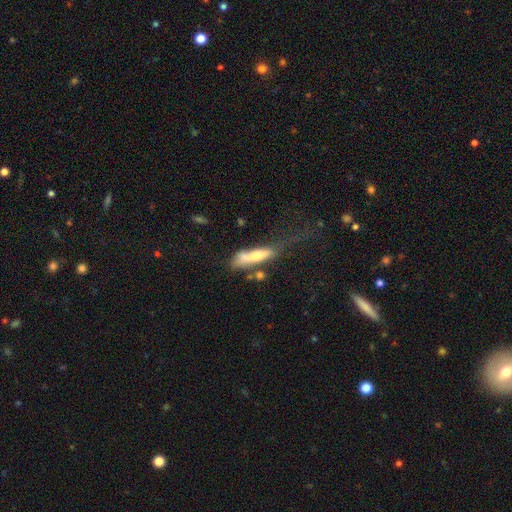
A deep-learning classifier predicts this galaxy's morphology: Smooth or featured? smooth (54%)
How rounded? cigar-shaped (72%)
Merging? major disturbance (31%)